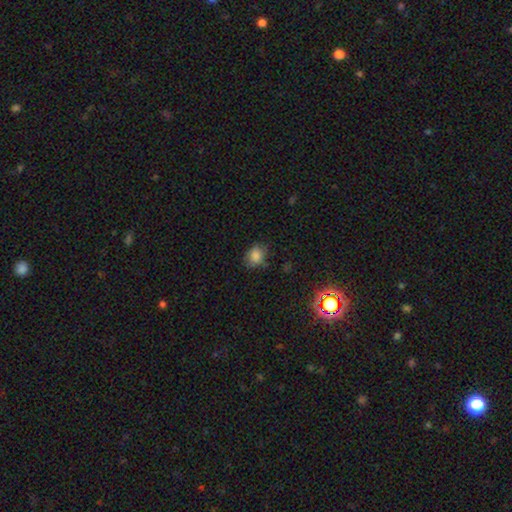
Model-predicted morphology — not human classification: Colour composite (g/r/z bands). It shows a smooth galaxy with no disk features (82%) that is in between round and cigar-shaped (58%). Merging: none (72%).